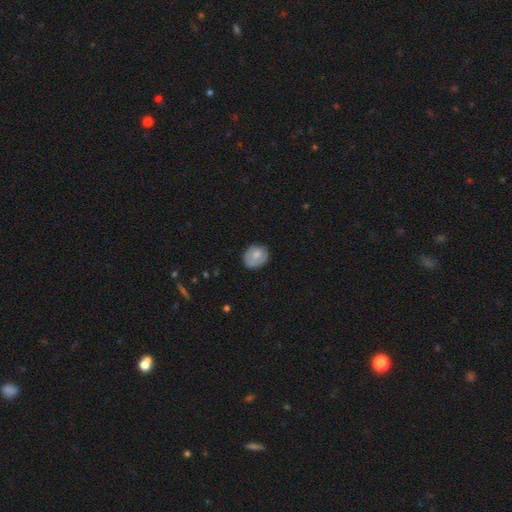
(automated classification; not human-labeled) A smooth galaxy with no disk features (71%) that is round (53%). Merging: none (70%).